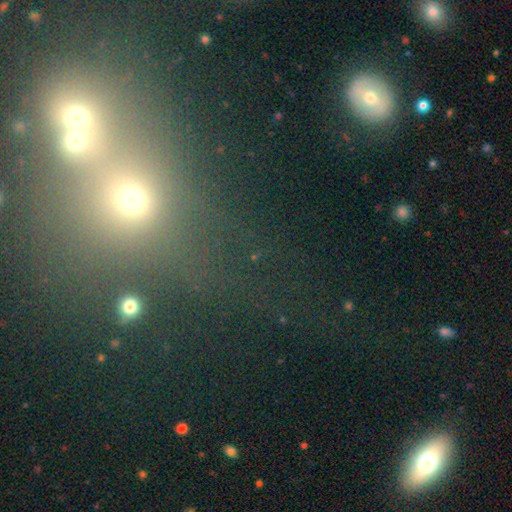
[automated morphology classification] type=star or artifact (52%).